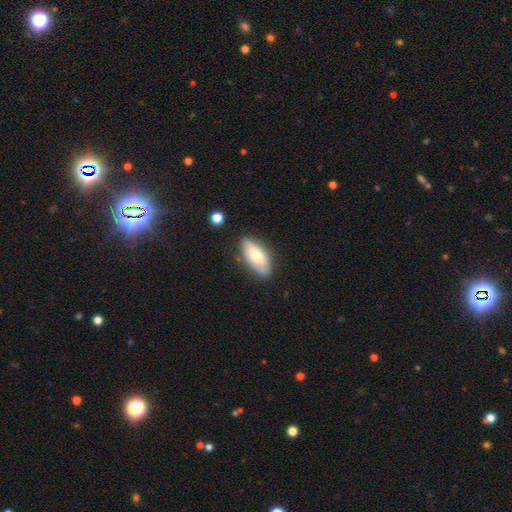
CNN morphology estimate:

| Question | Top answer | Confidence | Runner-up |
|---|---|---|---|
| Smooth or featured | smooth | 60% | featured or disk (33%) |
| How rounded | in between | 83% | cigar-shaped (15%) |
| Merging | none | 78% | minor disturbance (15%) |